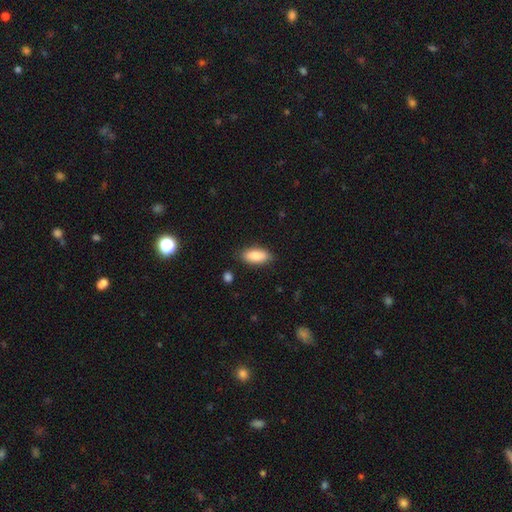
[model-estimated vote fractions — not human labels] This appears to be a smooth galaxy with no disk features (87%) that is in between round and cigar-shaped (86%). Merging: none (84%).